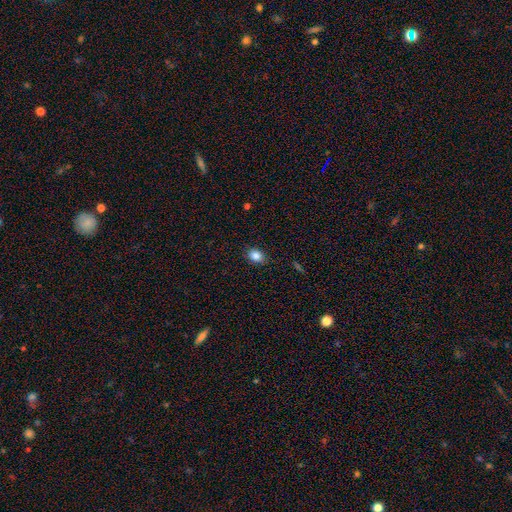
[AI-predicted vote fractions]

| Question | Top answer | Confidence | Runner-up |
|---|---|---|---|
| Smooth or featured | smooth | 85% | star or artifact (10%) |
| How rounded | in between | 58% | round (41%) |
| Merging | none | 87% | minor disturbance (9%) |